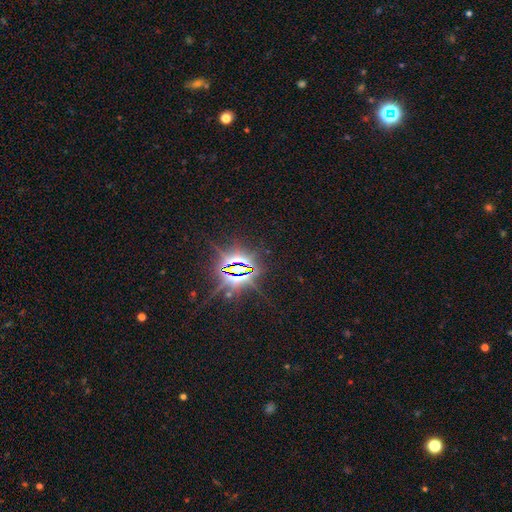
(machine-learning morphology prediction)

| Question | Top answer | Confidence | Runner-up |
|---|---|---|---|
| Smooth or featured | star or artifact | 85% | smooth (9%) |